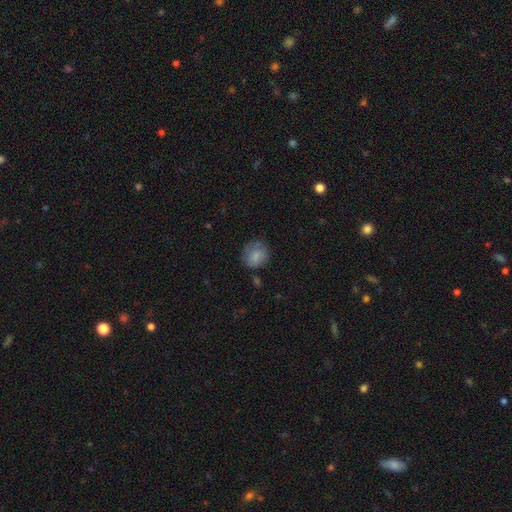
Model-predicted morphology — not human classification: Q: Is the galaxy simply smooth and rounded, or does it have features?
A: smooth — 80%.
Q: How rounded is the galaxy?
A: round — 77%.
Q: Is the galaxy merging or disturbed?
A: none — 67%.